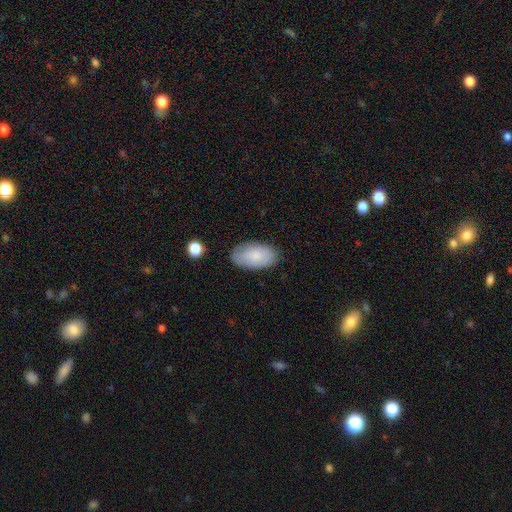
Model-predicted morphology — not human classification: The model was most divided on "merging": none: 82%, minor disturbance: 14%, major disturbance: 3%, merger: 1%. More confident: how rounded — in between (95%); smooth or featured — smooth (81%).